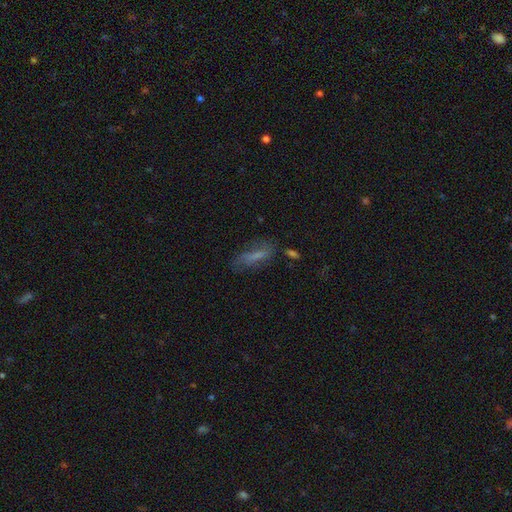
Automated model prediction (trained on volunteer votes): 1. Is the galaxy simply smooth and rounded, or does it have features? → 58% smooth, 30% featured or disk, 13% star or artifact.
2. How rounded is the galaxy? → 54% cigar-shaped, 43% in between, 3% round.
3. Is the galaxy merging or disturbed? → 63% none, 22% minor disturbance, 11% major disturbance, 4% merger.